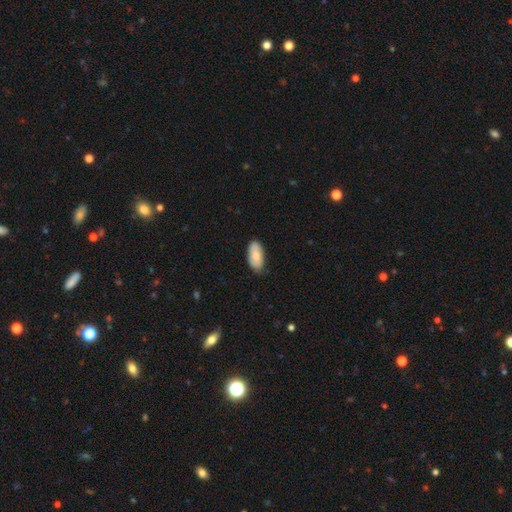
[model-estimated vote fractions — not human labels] smooth_or_featured: smooth (p=0.75) [alt: featured or disk p=0.19]
how_rounded: in between (p=0.93) [alt: cigar-shaped p=0.05]
merging: none (p=0.79) [alt: minor disturbance p=0.18]